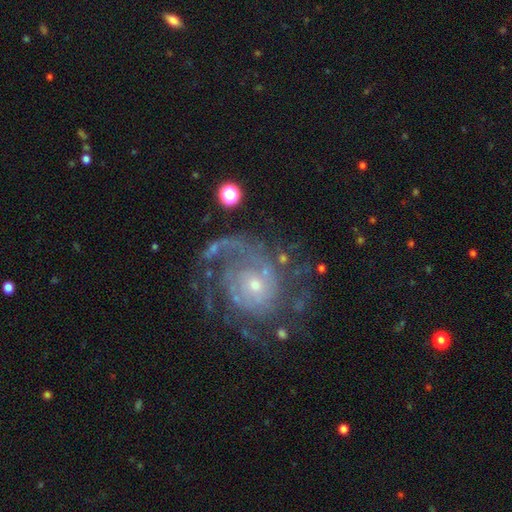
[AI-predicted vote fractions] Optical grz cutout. It shows a featured or disk galaxy (83%) with no bar (73%), 2 (35%) tight (58%) spiral arms (94%) and a small central bulge (69%). Merging: none (68%).